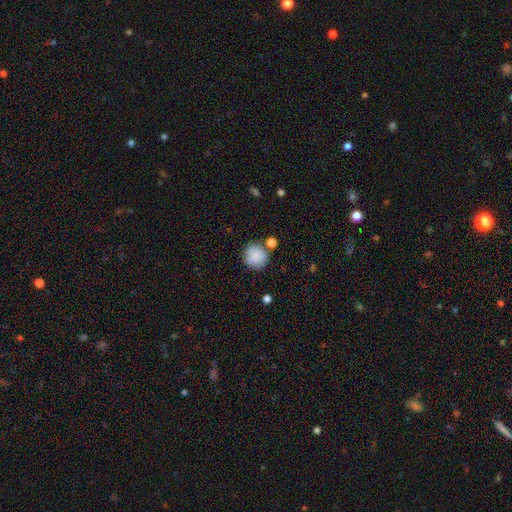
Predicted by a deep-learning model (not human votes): Smooth or featured? smooth (87%)
How rounded? round (91%)
Merging? none (75%)